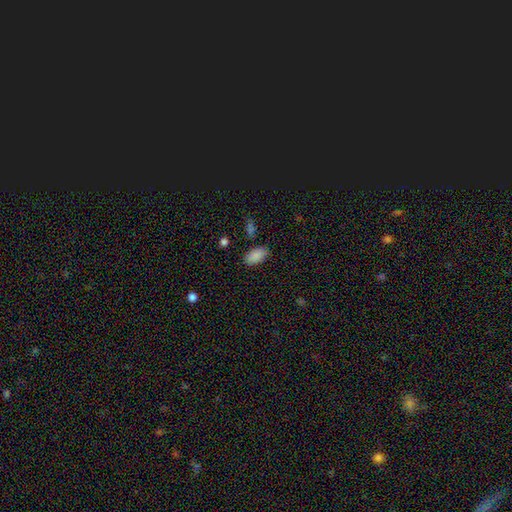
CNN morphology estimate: The model was most divided on "merging": none: 83%, minor disturbance: 11%, merger: 3%, major disturbance: 3%. More confident: how rounded — in between (94%); smooth or featured — smooth (88%).